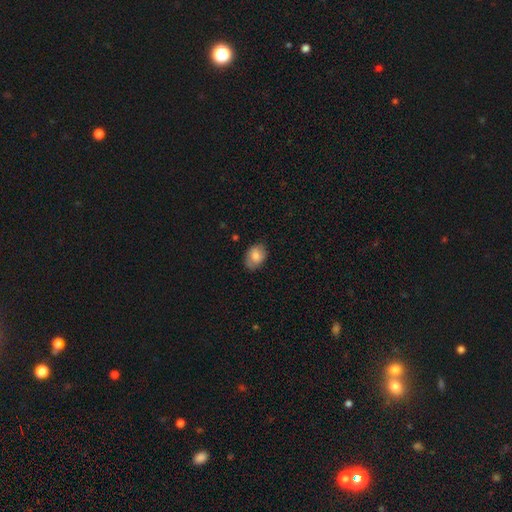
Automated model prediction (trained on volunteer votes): Overall: smooth (78%). How rounded: in between (77%). Merging: none (79%).